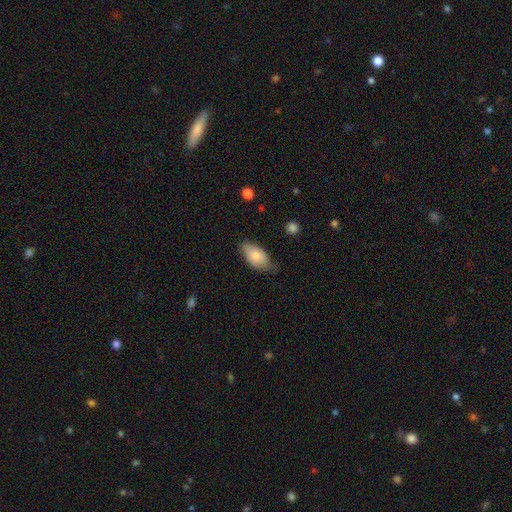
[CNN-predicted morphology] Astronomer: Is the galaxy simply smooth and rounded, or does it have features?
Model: smooth — 81%.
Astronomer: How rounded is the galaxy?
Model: in between — 93%.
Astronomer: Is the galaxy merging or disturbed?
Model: none — 58% (runner-up: minor disturbance, 34%).